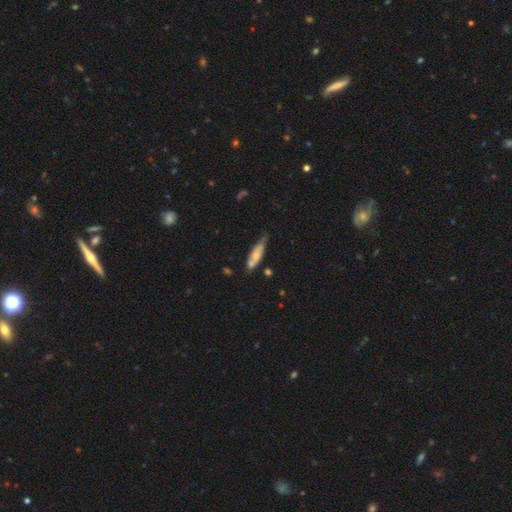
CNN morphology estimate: The model was most divided on "merging": none: 52%, minor disturbance: 33%, merger: 9%, major disturbance: 7%. More confident: how rounded — cigar-shaped (66%); smooth or featured — smooth (58%).